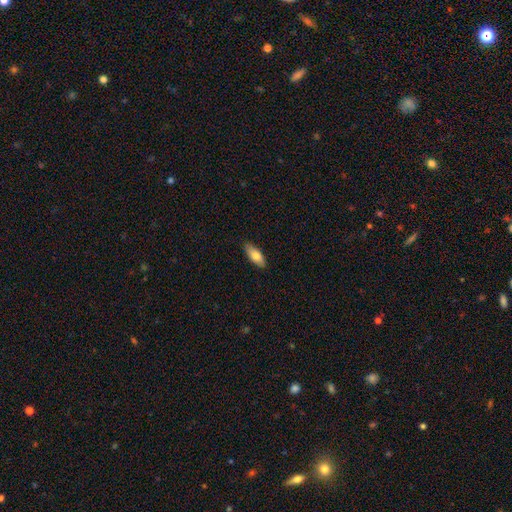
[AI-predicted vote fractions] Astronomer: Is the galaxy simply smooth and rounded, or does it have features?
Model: smooth — 77%.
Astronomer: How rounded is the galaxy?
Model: in between — 75%.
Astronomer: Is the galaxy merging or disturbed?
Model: none — 87%.